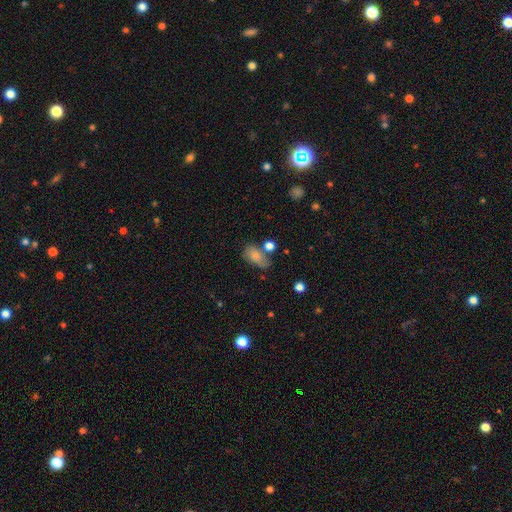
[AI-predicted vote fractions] A smooth galaxy with no disk features (77%) that is in between round and cigar-shaped (88%). Merging: none (47%).